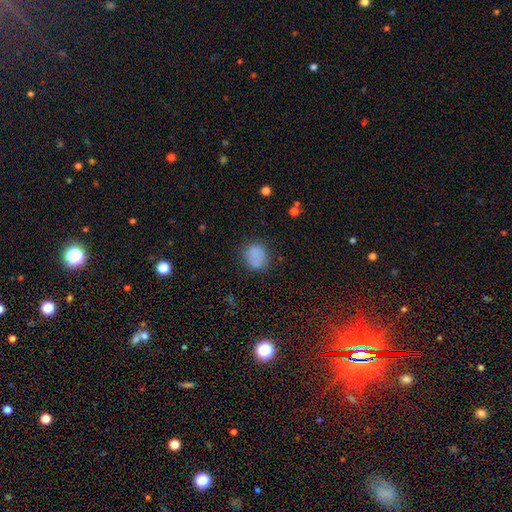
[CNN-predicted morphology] smooth-or-featured: smooth: 83% | star or artifact: 11% | featured or disk: 6%
  how-rounded: round: 69% | in between: 30% | cigar-shaped: 1%
  merging: none: 76% | minor disturbance: 17% | major disturbance: 5% | merger: 2%